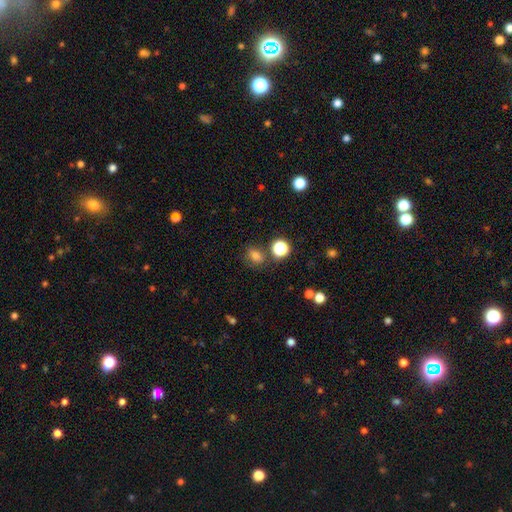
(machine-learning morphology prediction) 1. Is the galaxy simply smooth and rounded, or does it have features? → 72% smooth, 18% star or artifact, 9% featured or disk.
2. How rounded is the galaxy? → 52% in between, 47% round, 2% cigar-shaped.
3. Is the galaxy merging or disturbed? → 70% none, 16% minor disturbance, 8% merger, 6% major disturbance.